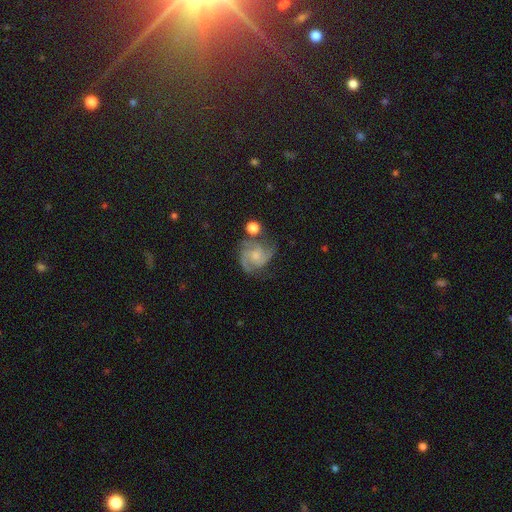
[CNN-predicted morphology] Smooth or featured? featured or disk (83%)
Edge-on disk? no (98%)
Bar? no (68%)
Spiral arms? yes (97%)
Spiral winding? medium (50%)
Spiral arm count? 3 (56%)
Bulge size? small (49%)
Merging? none (57%)